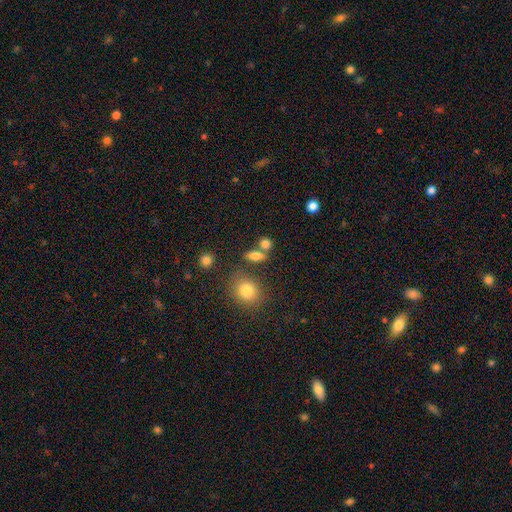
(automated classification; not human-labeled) smooth 77%, star or artifact 12%, featured or disk 11%. Down the decision tree: how rounded — in between (64%); merging — none (57%).